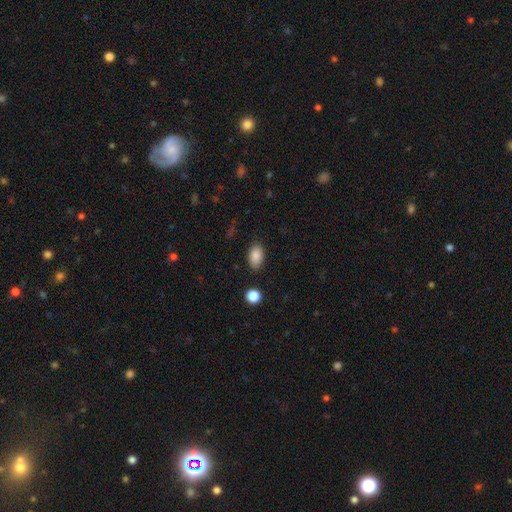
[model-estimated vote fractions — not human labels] smooth_or_featured: smooth (p=0.87) [alt: star or artifact p=0.08]
how_rounded: in between (p=0.90) [alt: round p=0.08]
merging: none (p=0.85) [alt: minor disturbance p=0.11]